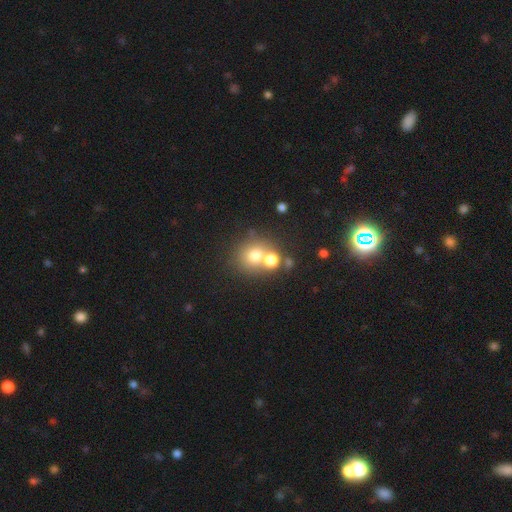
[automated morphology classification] Smooth or featured? Predicted: smooth (p=0.70). How rounded? Predicted: round (p=0.81). Merging? Predicted: merger (p=0.45).